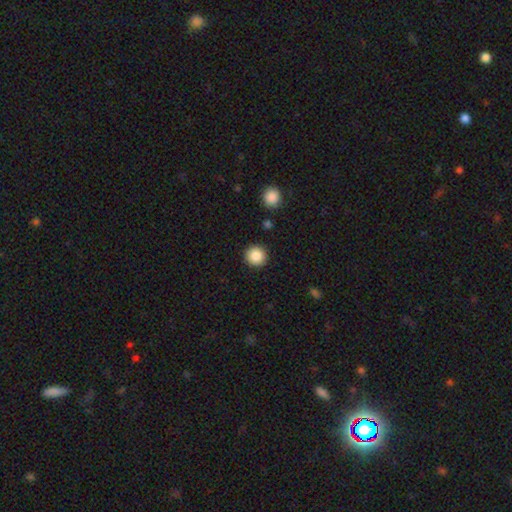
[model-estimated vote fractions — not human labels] smooth-or-featured: smooth: 86% | star or artifact: 9% | featured or disk: 5%
  how-rounded: round: 95% | in between: 4% | cigar-shaped: 1%
  merging: none: 92% | minor disturbance: 5% | major disturbance: 2% | merger: 2%